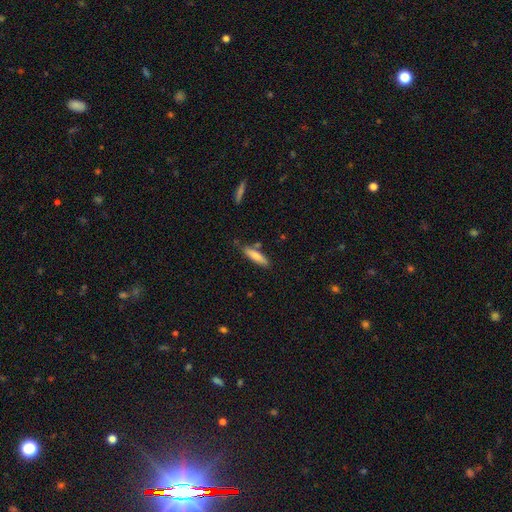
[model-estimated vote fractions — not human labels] Smooth or featured?
  - smooth: 77% *
  - featured or disk: 17%
  - star or artifact: 6%
How rounded?
  - cigar-shaped: 76% *
  - in between: 23%
  - round: 1%
Merging?
  - none: 74% *
  - minor disturbance: 16%
  - merger: 7%
  - major disturbance: 3%